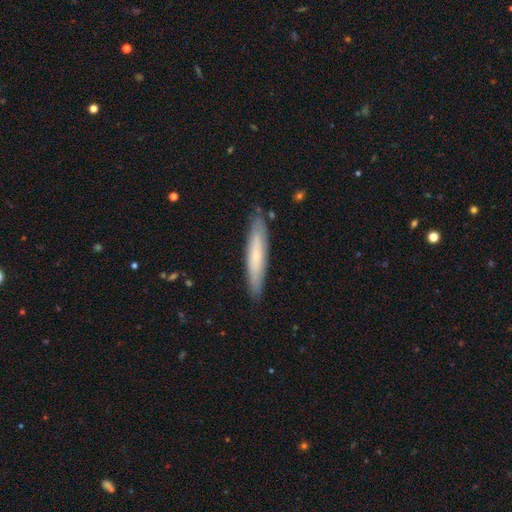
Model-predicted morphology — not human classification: Smooth or featured?
  - smooth: 57% *
  - featured or disk: 38%
  - star or artifact: 6%
How rounded?
  - cigar-shaped: 92% *
  - in between: 7%
  - round: 1%
Merging?
  - none: 87% *
  - minor disturbance: 10%
  - major disturbance: 2%
  - merger: 1%